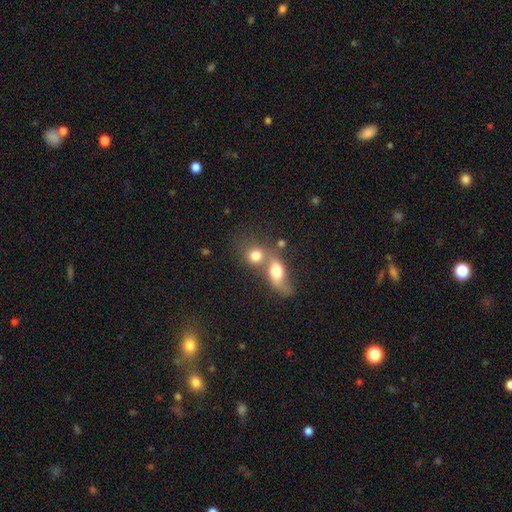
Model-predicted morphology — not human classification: This is likely a smooth galaxy (75%). How rounded: possibly round (60%). Merging: possibly merger (58%).